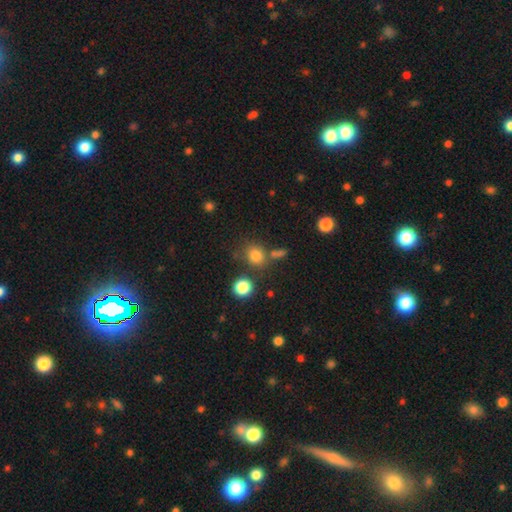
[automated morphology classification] type=smooth (78%); roundness=round (72%); merging=none (69%).